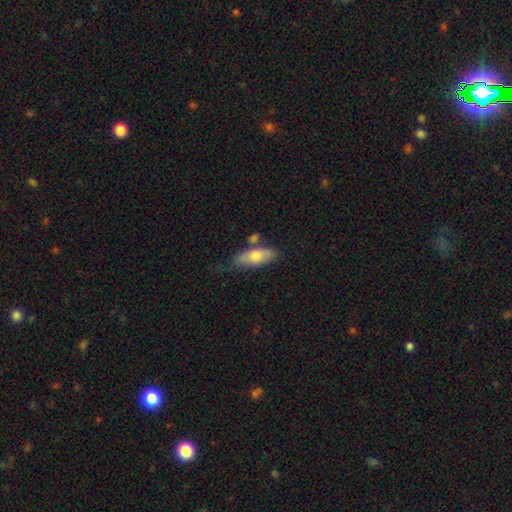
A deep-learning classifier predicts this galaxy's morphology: smooth_or_featured: smooth (p=0.71) [alt: featured or disk p=0.22]
how_rounded: in between (p=0.74) [alt: cigar-shaped p=0.23]
merging: none (p=0.59) [alt: minor disturbance p=0.22]